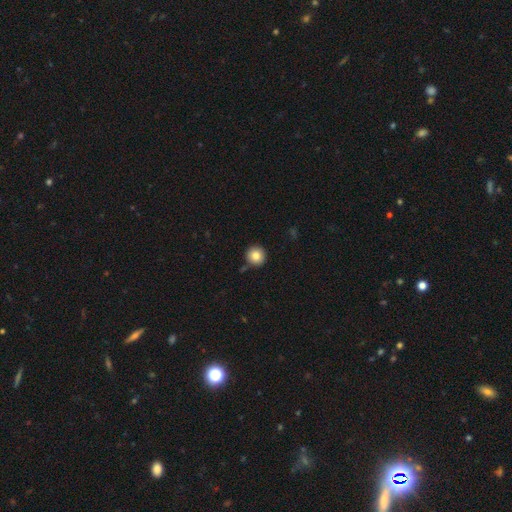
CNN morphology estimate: smooth-or-featured: smooth: 83% | star or artifact: 10% | featured or disk: 7%
  how-rounded: round: 95% | in between: 4% | cigar-shaped: 1%
  merging: none: 86% | minor disturbance: 8% | merger: 4% | major disturbance: 2%